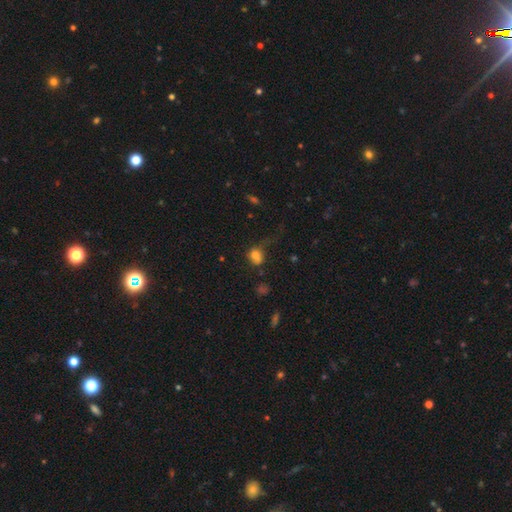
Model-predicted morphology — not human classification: smooth-or-featured: smooth: 76% | star or artifact: 13% | featured or disk: 12%
  how-rounded: in between: 57% | round: 41% | cigar-shaped: 2%
  merging: major disturbance: 36% | none: 32% | minor disturbance: 26% | merger: 6%